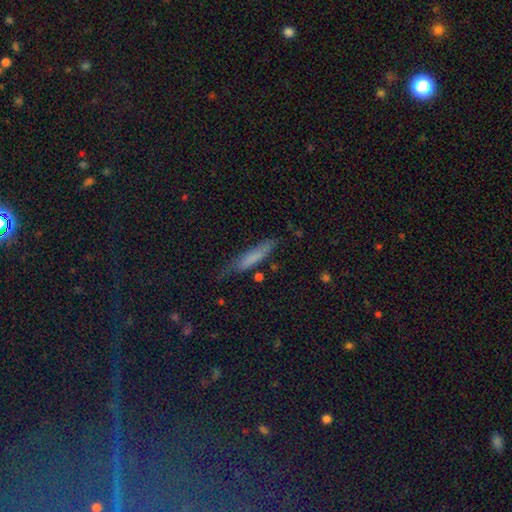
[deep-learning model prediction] Smooth or featured: smooth — 67% (featured or disk — 25%)
How rounded: cigar-shaped — 88% (in between — 10%)
Merging: none — 67% (minor disturbance — 24%)